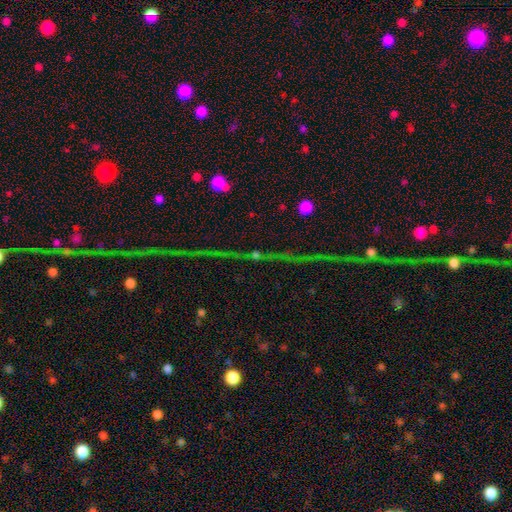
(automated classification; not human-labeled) This is likely a star or artifact rather than a galaxy (75%).